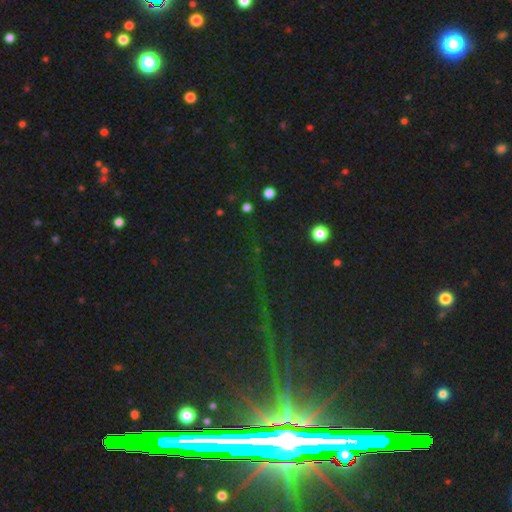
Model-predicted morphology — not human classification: Smooth or featured: star or artifact — 78% (featured or disk — 14%)